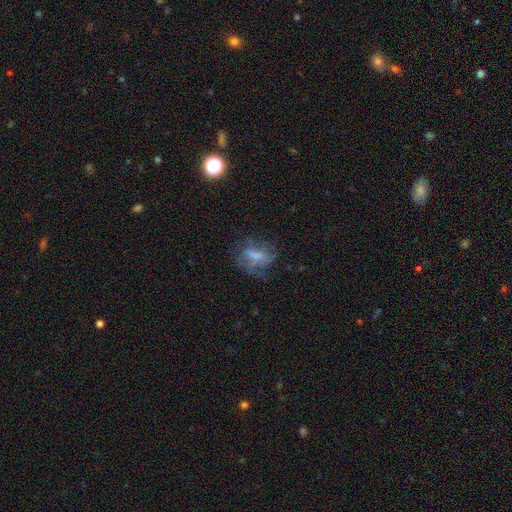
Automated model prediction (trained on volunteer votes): Morphology: type=featured or disk (48%); merging=none (43%).